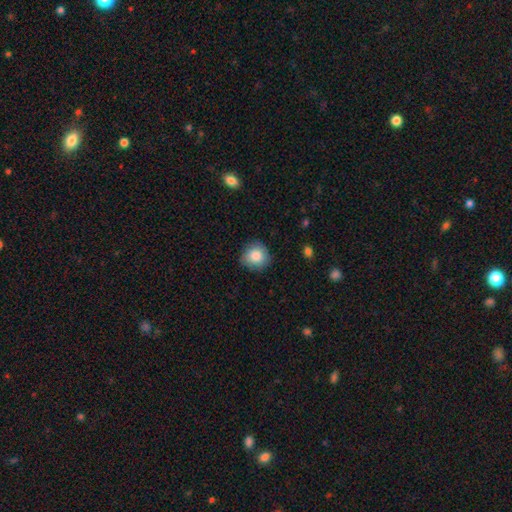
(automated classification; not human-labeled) Morphology: type=smooth (85%); roundness=round (90%); merging=none (82%).